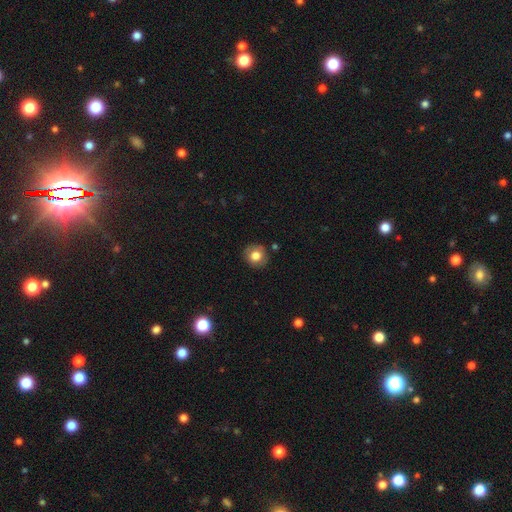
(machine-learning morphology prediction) A smooth galaxy with no disk features (78%) that is round (88%).

Vote fractions:
- Smooth or featured? smooth: 78% / featured or disk: 12% / star or artifact: 9%
- How rounded? round: 88% / in between: 11% / cigar-shaped: 1%
- Merging? none: 86% / minor disturbance: 10% / major disturbance: 2% / merger: 2%